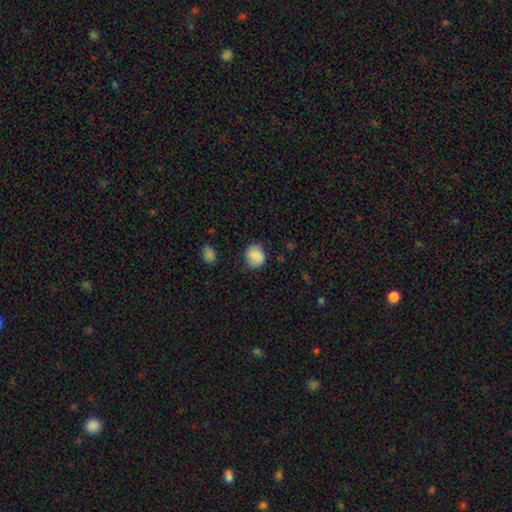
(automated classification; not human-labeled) The model was most divided on "how rounded": round: 77%, in between: 22%, cigar-shaped: 1%. More confident: merging — none (76%); smooth or featured — smooth (75%).